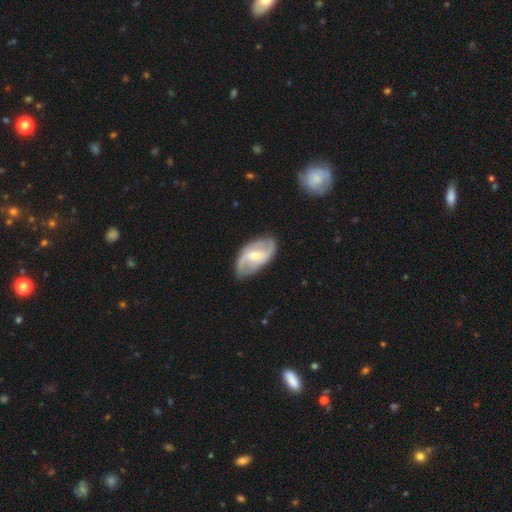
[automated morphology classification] smooth-or-featured: featured or disk: 77% | smooth: 18% | star or artifact: 5%
  disk-edge-on: no: 95% | yes: 5%
    bar: weak: 49% | no: 29% | strong: 22%
    has-spiral-arms: yes: 90% | no: 10%
      spiral-winding: loose: 41% (tied) | medium: 41% (tied) | tight: 18%
      spiral-arm-count: 2: 83% | can't tell: 9% | 3: 3% | 1: 2% | 4: 1% | more than 4: 1%
    bulge-size: moderate: 49% | small: 46% | large: 3% | none: 2% | dominant: 1%
  merging: none: 82% | minor disturbance: 13% | major disturbance: 4% | merger: 1%